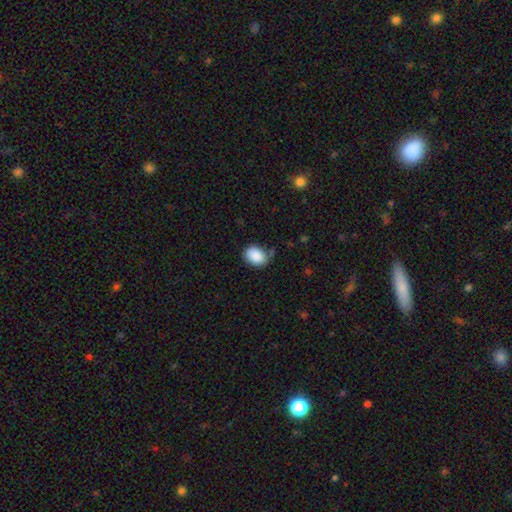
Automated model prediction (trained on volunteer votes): Smooth or featured? smooth (89%)
How rounded? in between (72%)
Merging? none (74%)